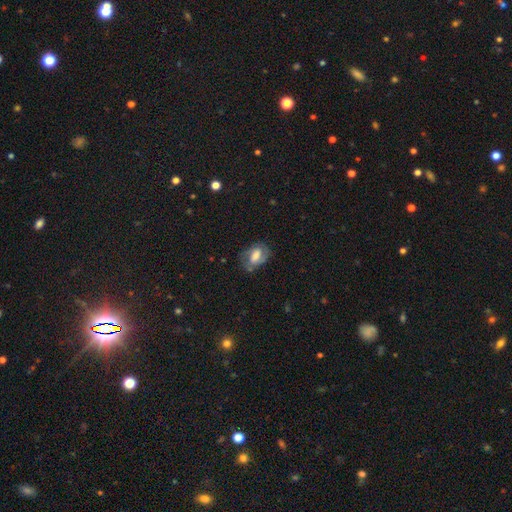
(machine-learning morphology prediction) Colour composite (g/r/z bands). It shows a featured or disk galaxy (46%). Merging: none (62%).